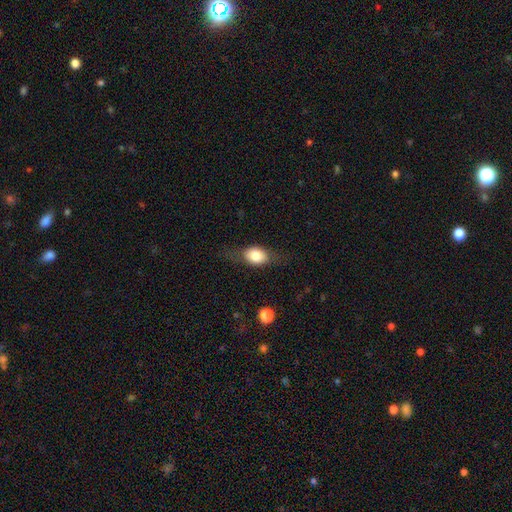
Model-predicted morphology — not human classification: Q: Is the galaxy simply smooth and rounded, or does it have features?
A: smooth — 65%.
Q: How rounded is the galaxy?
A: in between — 64%.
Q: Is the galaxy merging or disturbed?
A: none — 70%.